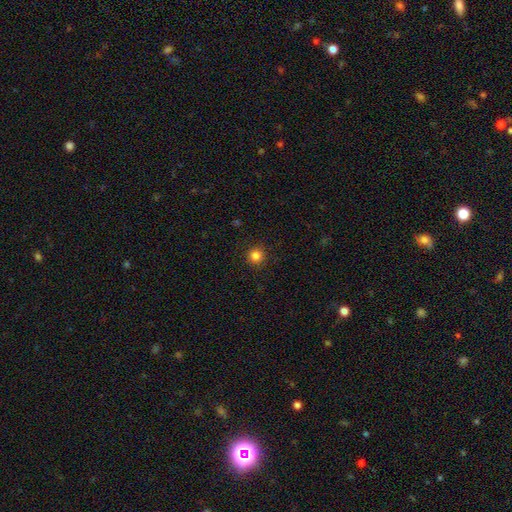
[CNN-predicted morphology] type=smooth (84%); roundness=round (95%); merging=none (91%).